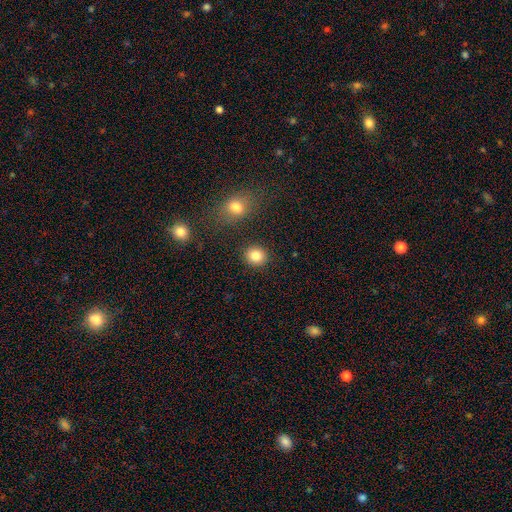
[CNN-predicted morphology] A smooth galaxy with no disk features (84%) that is round (84%). Merging: none (88%).